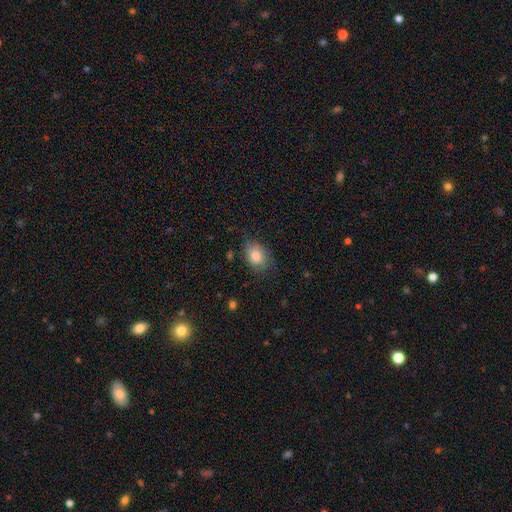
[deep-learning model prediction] This appears to be a smooth galaxy with no disk features (80%) that is in between round and cigar-shaped (79%). Merging: none (68%).